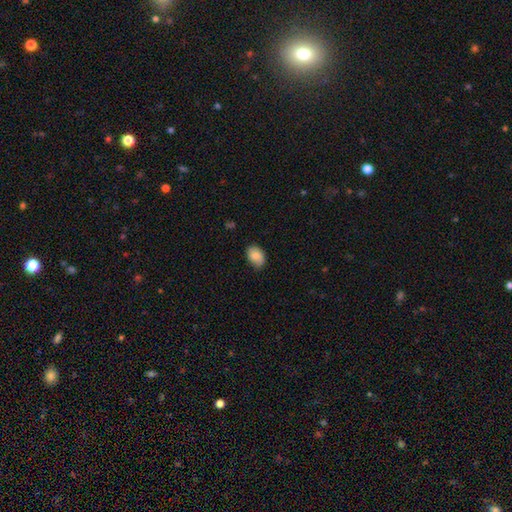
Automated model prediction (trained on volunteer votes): smooth 86%, featured or disk 7%, star or artifact 7%. Down the decision tree: how rounded — in between (86%); merging — none (77%).